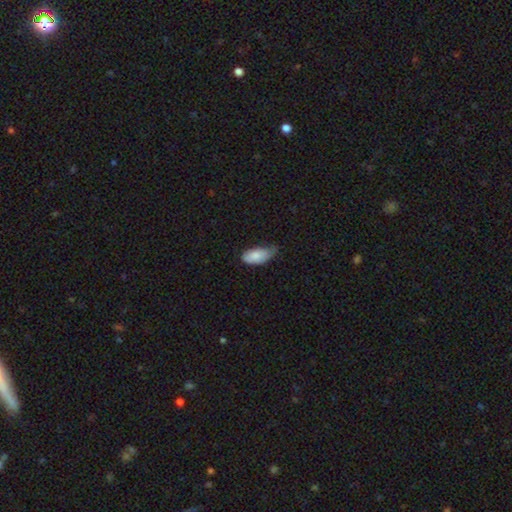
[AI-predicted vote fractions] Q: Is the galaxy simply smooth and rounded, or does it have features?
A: smooth — 83%.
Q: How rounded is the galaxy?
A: in between — 93%.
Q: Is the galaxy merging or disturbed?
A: minor disturbance — 50%.